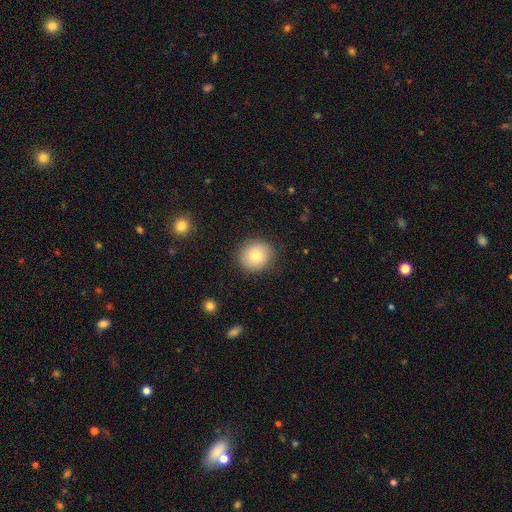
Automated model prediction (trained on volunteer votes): smooth-or-featured: smooth: 79% | featured or disk: 12% | star or artifact: 9%
  how-rounded: round: 84% | in between: 15% | cigar-shaped: 1%
  merging: none: 87% | minor disturbance: 9% | major disturbance: 3% | merger: 1%